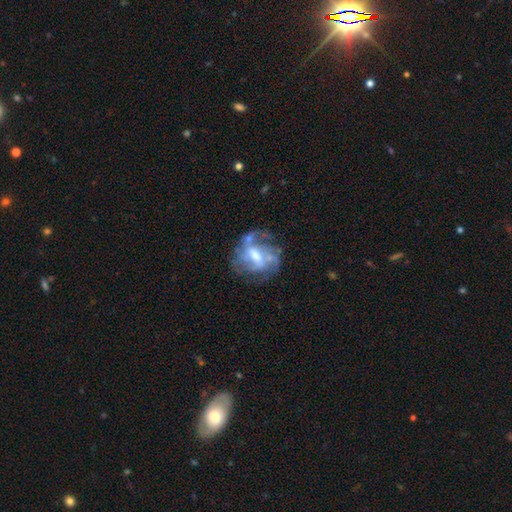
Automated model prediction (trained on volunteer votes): A featured or disk galaxy (76%) with a weak bar (49%), medium (42%) spiral arms (73%) and a moderate central bulge (57%).

Vote fractions:
- Smooth or featured? featured or disk: 76% / smooth: 15% / star or artifact: 9%
- Edge-on disk? no: 96% / yes: 4%
- Bar? weak: 49% / no: 26% / strong: 25%
- Spiral arms? yes: 73% / no: 27%
- Spiral winding? medium: 42% / tight: 31% / loose: 27%
- Spiral arm count? can't tell: 38% / 2: 22% / 3: 21% / 4: 10% / 1: 5% / more than 4: 4%
- Bulge size? moderate: 57% / small: 21% / large: 14% / none: 7% / dominant: 1%
- Merging? none: 51% / major disturbance: 23% / minor disturbance: 20% / merger: 6%